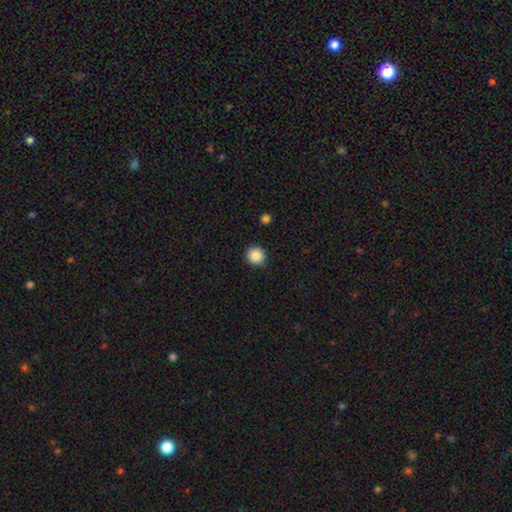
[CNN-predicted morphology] A smooth galaxy with no disk features (87%) that is round (94%).

Vote fractions:
- Smooth or featured? smooth: 87% / star or artifact: 9% / featured or disk: 4%
- How rounded? round: 94% / in between: 5% / cigar-shaped: 1%
- Merging? none: 89% / minor disturbance: 8% / major disturbance: 2% / merger: 1%